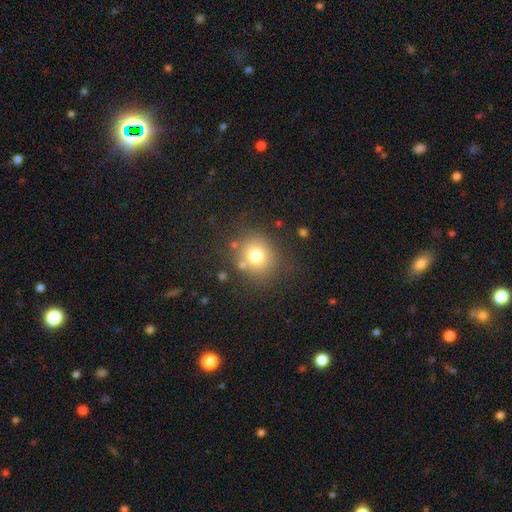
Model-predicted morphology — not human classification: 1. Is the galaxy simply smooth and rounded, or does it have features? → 74% smooth, 15% star or artifact, 12% featured or disk.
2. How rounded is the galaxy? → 81% round, 18% in between, 1% cigar-shaped.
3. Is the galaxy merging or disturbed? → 78% none, 11% minor disturbance, 6% merger, 5% major disturbance.